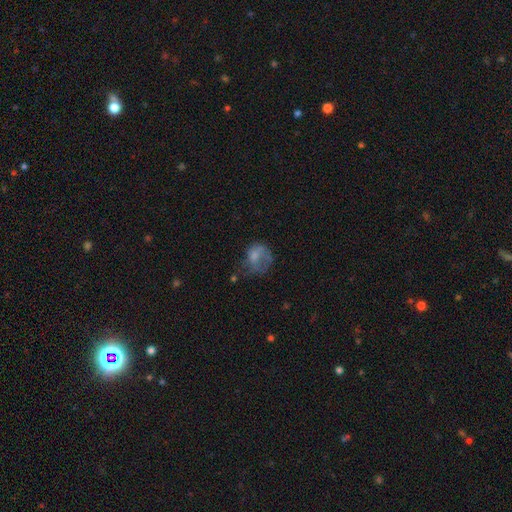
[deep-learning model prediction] This is possibly a smooth galaxy (58%). How rounded: possibly round (56%). Merging: marginally major disturbance (43%).